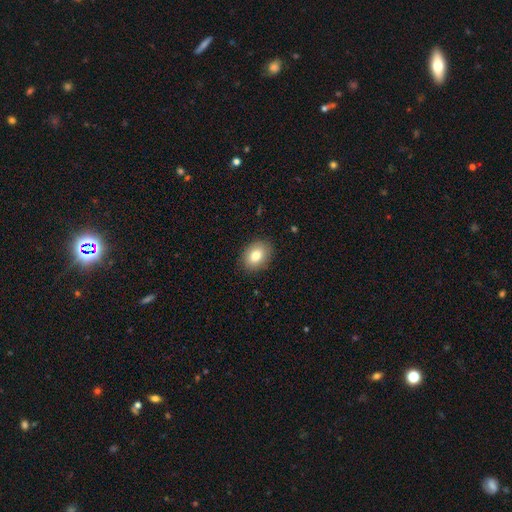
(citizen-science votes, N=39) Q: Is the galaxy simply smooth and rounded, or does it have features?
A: smooth — 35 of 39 (90%).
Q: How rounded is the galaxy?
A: in between — 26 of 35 (74%).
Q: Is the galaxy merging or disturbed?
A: none — 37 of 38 (97%).